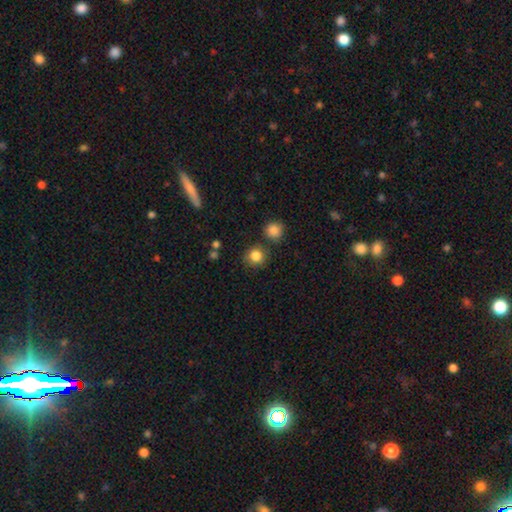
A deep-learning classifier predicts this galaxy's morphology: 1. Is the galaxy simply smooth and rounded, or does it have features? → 85% smooth, 10% star or artifact, 5% featured or disk.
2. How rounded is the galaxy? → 89% round, 10% in between, 1% cigar-shaped.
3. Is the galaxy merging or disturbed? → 79% none, 10% minor disturbance, 8% merger, 3% major disturbance.